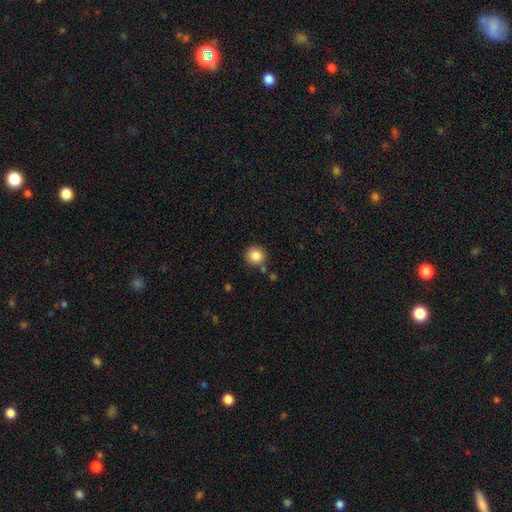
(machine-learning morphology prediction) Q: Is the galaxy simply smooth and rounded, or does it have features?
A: smooth — 86%.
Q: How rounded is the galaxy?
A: round — 93%.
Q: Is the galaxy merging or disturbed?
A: none — 83%.